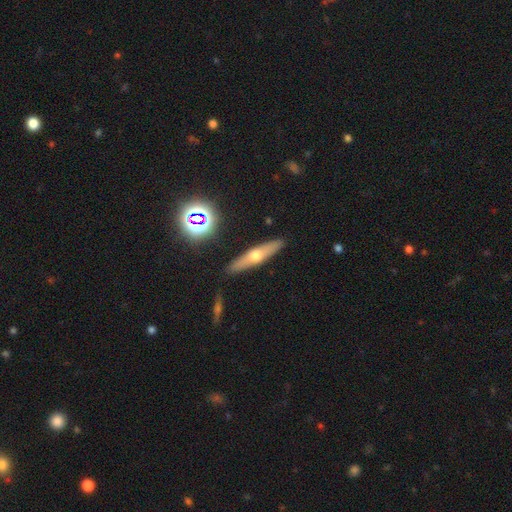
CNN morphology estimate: Overall: featured or disk (52%; smooth 37%). Edge-on disk: yes (88%). Merging: none (89%).